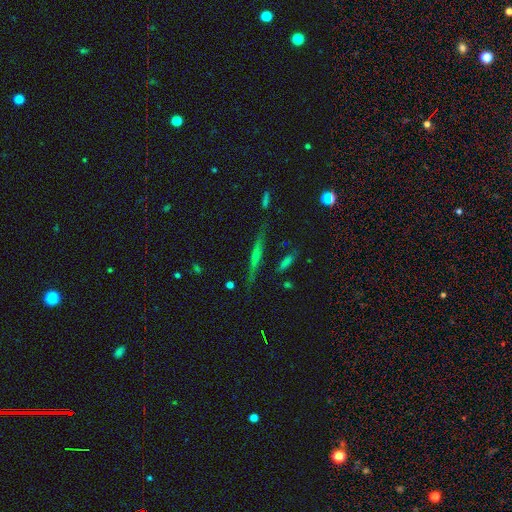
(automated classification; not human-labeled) This is possibly a featured or disk galaxy (60%). It is clearly viewed edge-on (93%). Edge-on bulge: possibly rounded (53%). Merging: clearly none (82%).